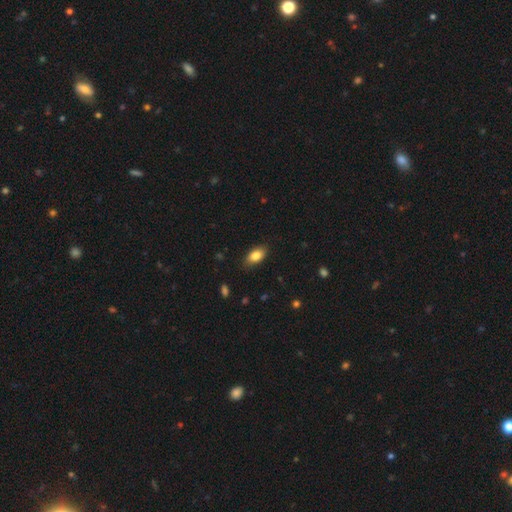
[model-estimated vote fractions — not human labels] Morphology: type=smooth (84%); roundness=in between (90%); merging=none (85%).